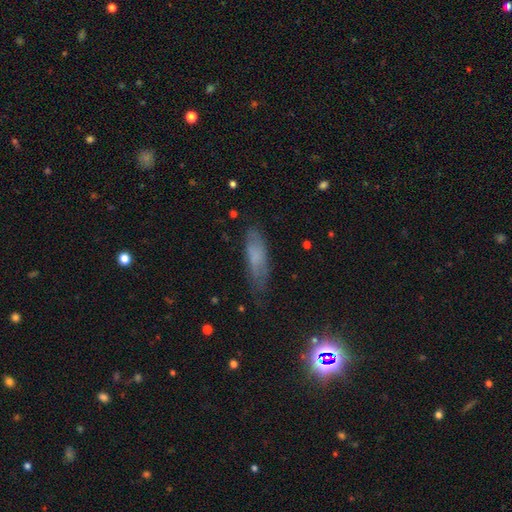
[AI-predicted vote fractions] Q: Smooth or featured?
A: smooth (64%); runner-up: featured or disk (24%)
Q: How rounded?
A: cigar-shaped (51%); runner-up: in between (47%)
Q: Merging?
A: none (63%); runner-up: minor disturbance (26%)